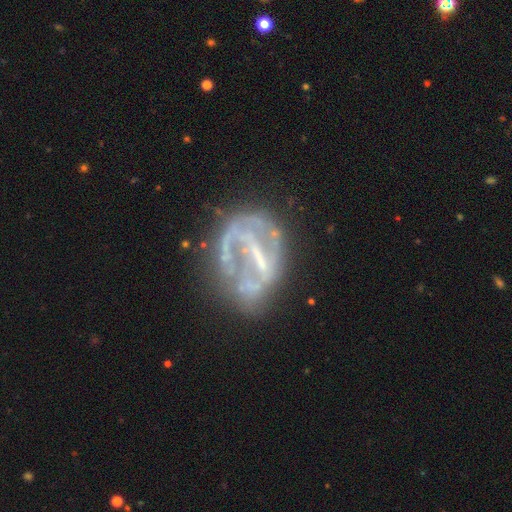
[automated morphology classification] smooth_or_featured: featured or disk (p=0.77) [alt: smooth p=0.13]
disk_edge_on: no (p=0.97) [alt: yes p=0.03]
bar: strong (p=0.48) [alt: weak p=0.30]
has_spiral_arms: no (p=0.53) [alt: yes p=0.47]
bulge_size: none (p=0.45) [alt: small p=0.37]
merging: none (p=0.45) [alt: major disturbance p=0.29]